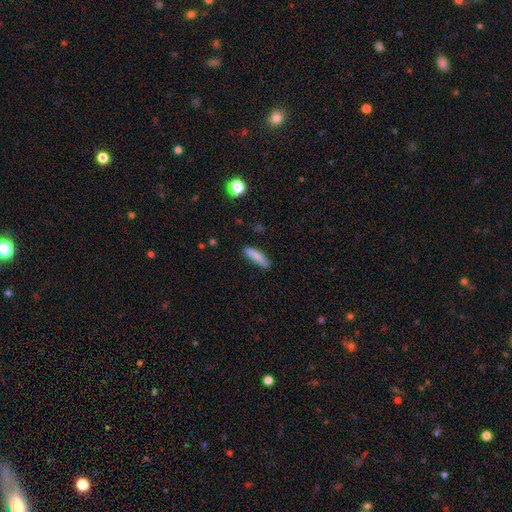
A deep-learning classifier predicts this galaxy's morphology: smooth 84%, featured or disk 9%, star or artifact 7%. Down the decision tree: how rounded — cigar-shaped (69%); merging — none (81%).